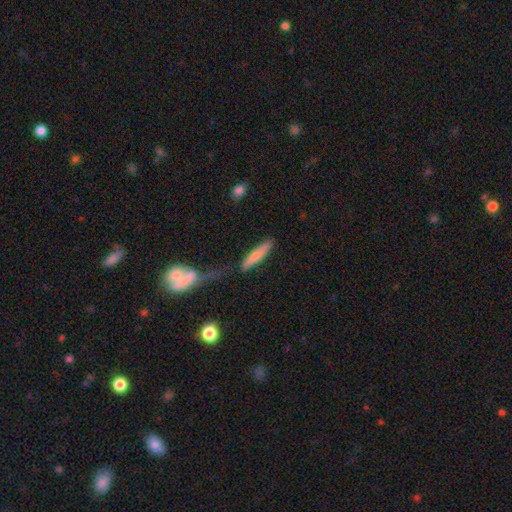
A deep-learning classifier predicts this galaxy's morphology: A smooth galaxy with no disk features (69%) that is cigar-shaped (84%).

Vote fractions:
- Smooth or featured? smooth: 69% / featured or disk: 25% / star or artifact: 6%
- How rounded? cigar-shaped: 84% / in between: 14% / round: 2%
- Merging? none: 71% / minor disturbance: 16% / merger: 9% / major disturbance: 5%